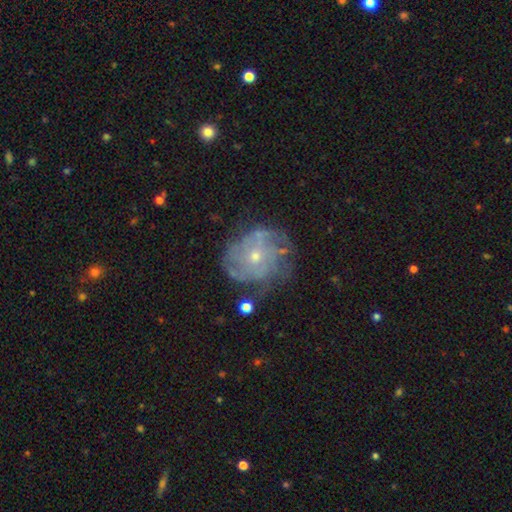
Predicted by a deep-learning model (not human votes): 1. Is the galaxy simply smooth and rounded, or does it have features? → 76% featured or disk, 15% smooth, 9% star or artifact.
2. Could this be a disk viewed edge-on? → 98% no, 2% yes.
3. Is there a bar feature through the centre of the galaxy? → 82% no, 15% weak, 3% strong.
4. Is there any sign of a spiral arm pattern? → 78% yes, 22% no.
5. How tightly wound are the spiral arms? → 55% tight, 31% medium, 14% loose.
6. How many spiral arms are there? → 48% can't tell, 14% 4, 13% 3, 11% 2, 9% more than 4, 6% 1.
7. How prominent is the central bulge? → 61% small, 35% moderate, 1% large, 1% none, 1% dominant.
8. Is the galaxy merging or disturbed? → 64% none, 21% minor disturbance, 13% major disturbance, 2% merger.